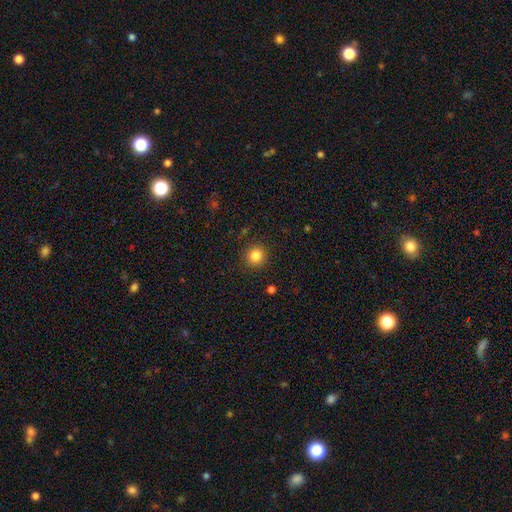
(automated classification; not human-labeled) Smooth or featured: smooth — 83% (star or artifact — 11%)
How rounded: round — 92% (in between — 7%)
Merging: none — 89% (minor disturbance — 7%)